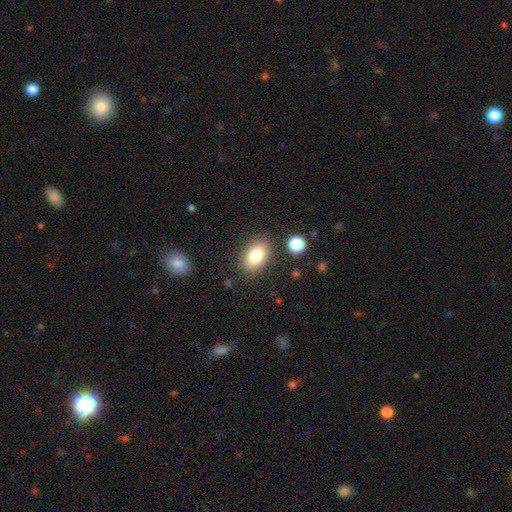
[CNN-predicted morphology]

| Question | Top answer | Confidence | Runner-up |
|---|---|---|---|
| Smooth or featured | smooth | 80% | featured or disk (11%) |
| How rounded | in between | 84% | round (14%) |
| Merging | none | 85% | minor disturbance (10%) |